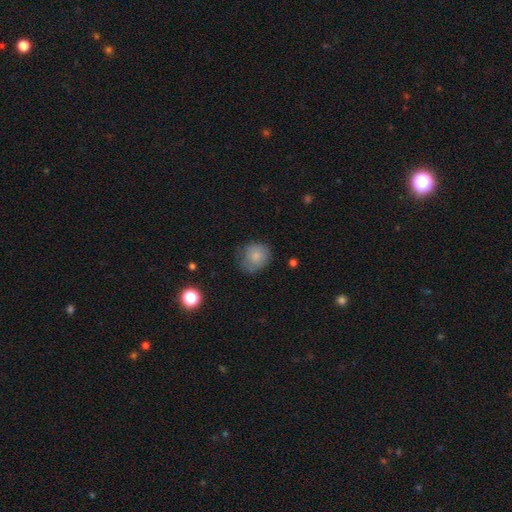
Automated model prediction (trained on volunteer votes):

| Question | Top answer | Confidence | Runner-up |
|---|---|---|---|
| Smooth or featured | smooth | 81% | featured or disk (10%) |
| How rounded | round | 75% | in between (24%) |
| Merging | none | 62% | minor disturbance (28%) |